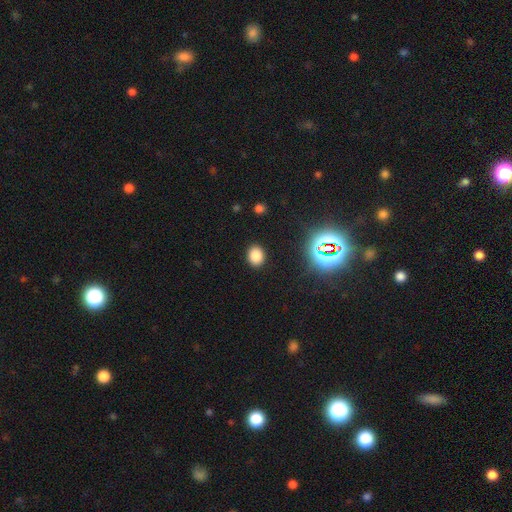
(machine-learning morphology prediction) Smooth or featured?
  - smooth: 81% *
  - star or artifact: 15%
  - featured or disk: 5%
How rounded?
  - round: 52% *
  - in between: 47%
  - cigar-shaped: 1%
Merging?
  - none: 89% *
  - minor disturbance: 7%
  - major disturbance: 2%
  - merger: 1%